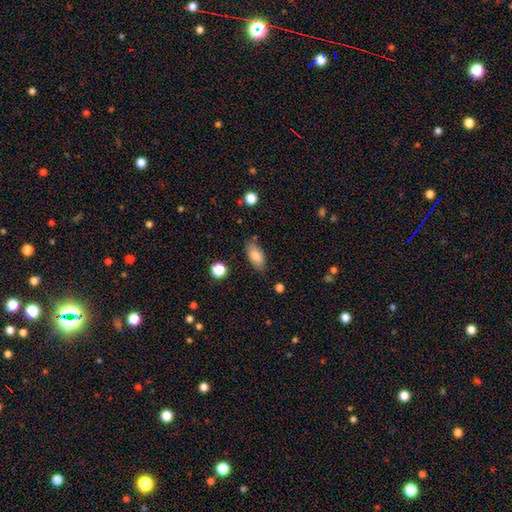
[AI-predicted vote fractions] Smooth or featured? smooth (81%)
How rounded? in between (90%)
Merging? none (77%)